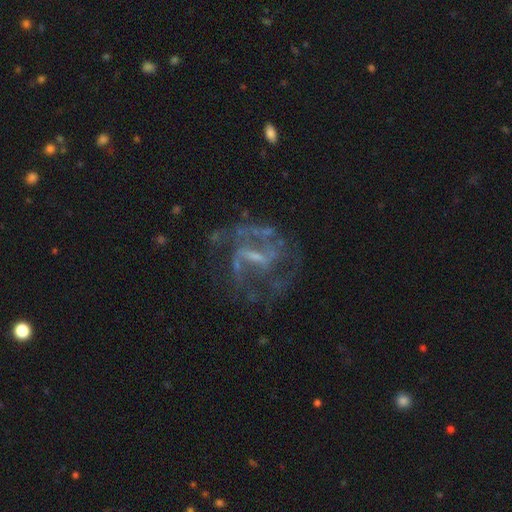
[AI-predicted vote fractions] This is clearly a featured or disk galaxy (84%). It is clearly not viewed edge-on (97%). Bar: marginally weak (45%). Spiral arm pattern: clearly yes (86%). Spiral arm count: possibly 2 (58%). Spiral winding: possibly medium (51%). Central bulge: possibly small (50%). Merging: possibly none (57%).